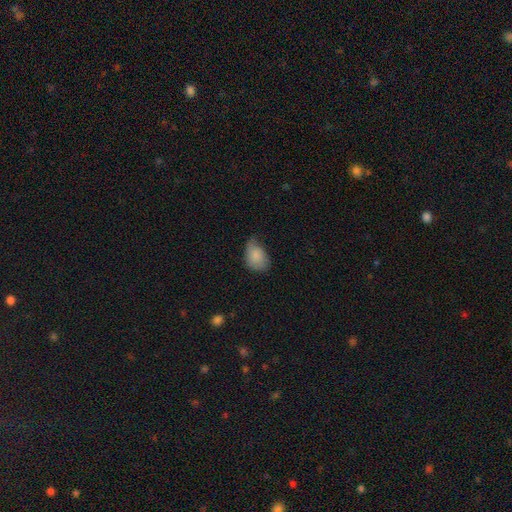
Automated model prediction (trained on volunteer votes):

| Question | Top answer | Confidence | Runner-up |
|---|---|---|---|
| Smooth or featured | smooth | 83% | featured or disk (9%) |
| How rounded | in between | 81% | round (18%) |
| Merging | minor disturbance | 45% | none (41%) |